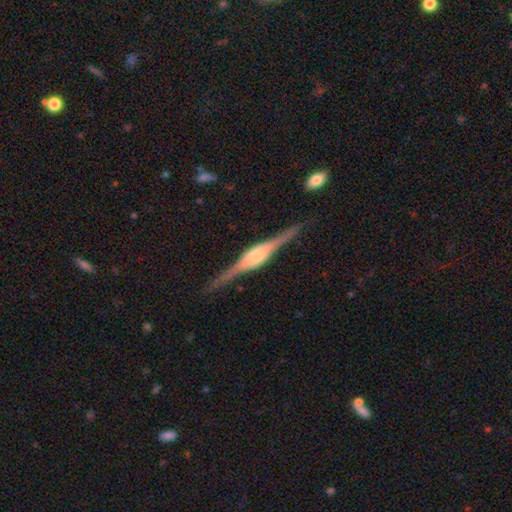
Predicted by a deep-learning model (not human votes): This appears to be a featured or disk galaxy (87%) viewed edge-on (98%) with a rounded central bulge (67%). Merging: none (88%).